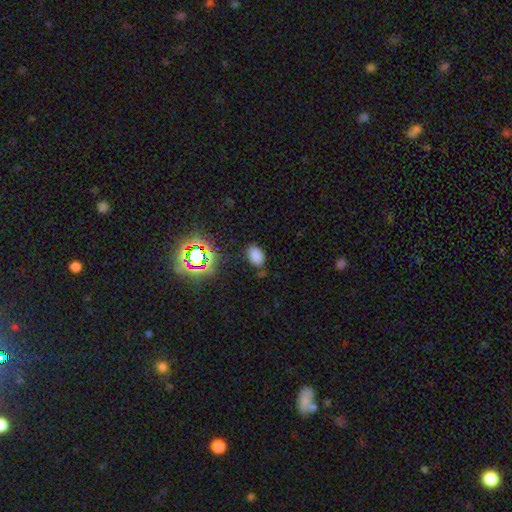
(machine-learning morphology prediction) The model was most divided on "smooth or featured": smooth: 75%, star or artifact: 19%, featured or disk: 5%. More confident: how rounded — in between (87%); merging — none (78%).